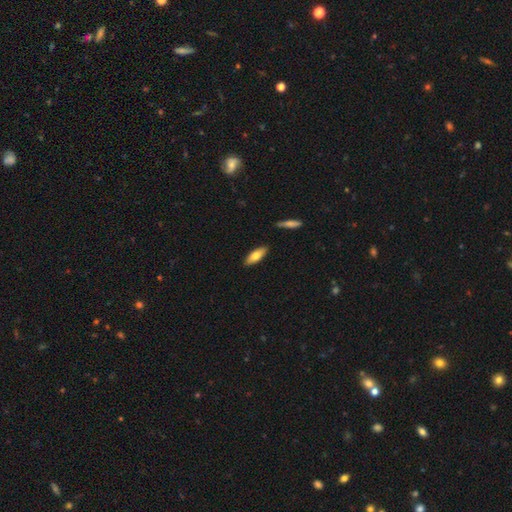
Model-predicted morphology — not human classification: Q: Smooth or featured?
A: smooth (71%); runner-up: featured or disk (23%)
Q: How rounded?
A: in between (64%); runner-up: cigar-shaped (34%)
Q: Merging?
A: none (87%); runner-up: minor disturbance (9%)